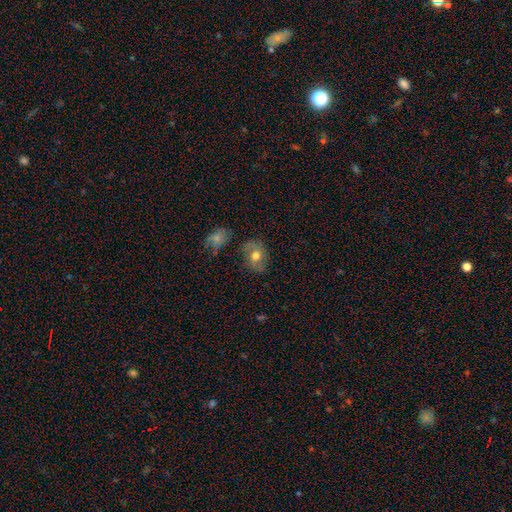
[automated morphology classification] Overall: smooth (64%; featured or disk 26%). How rounded: round (52%; in between 47%). Merging: none (72%).